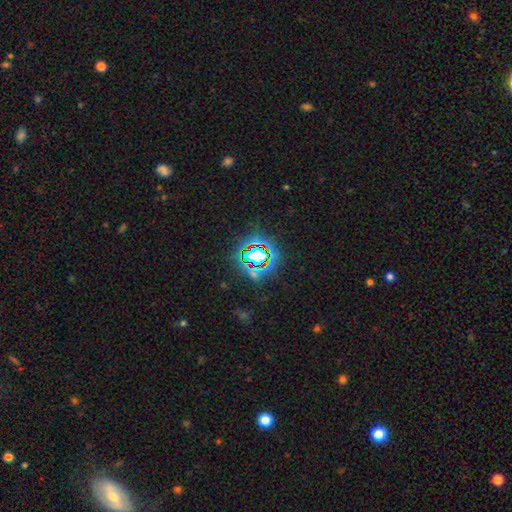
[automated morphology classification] Smooth or featured?
  - star or artifact: 73% *
  - smooth: 17%
  - featured or disk: 10%